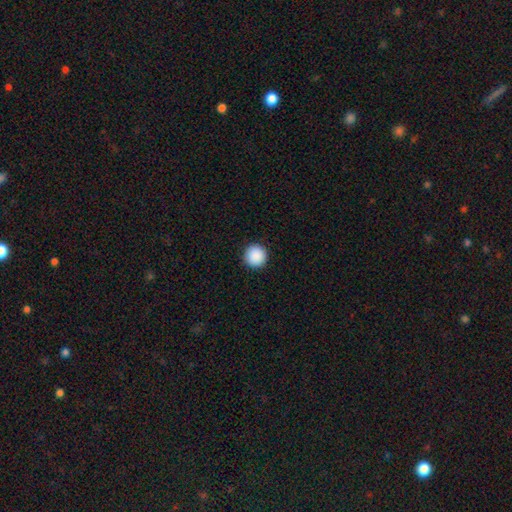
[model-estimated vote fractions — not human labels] Smooth or featured?
  - smooth: 90% *
  - star or artifact: 8%
  - featured or disk: 2%
How rounded?
  - round: 96% *
  - in between: 3%
  - cigar-shaped: 1%
Merging?
  - none: 93% *
  - minor disturbance: 4%
  - major disturbance: 1%
  - merger: 1%